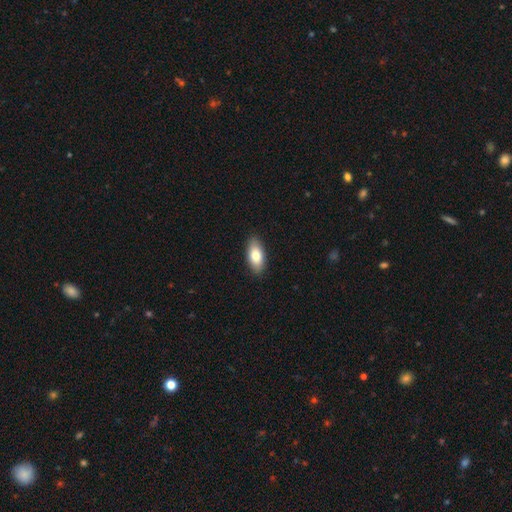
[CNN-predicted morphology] Smooth or featured? Predicted: smooth (p=0.80). How rounded? Predicted: in between (p=0.89). Merging? Predicted: none (p=0.88).